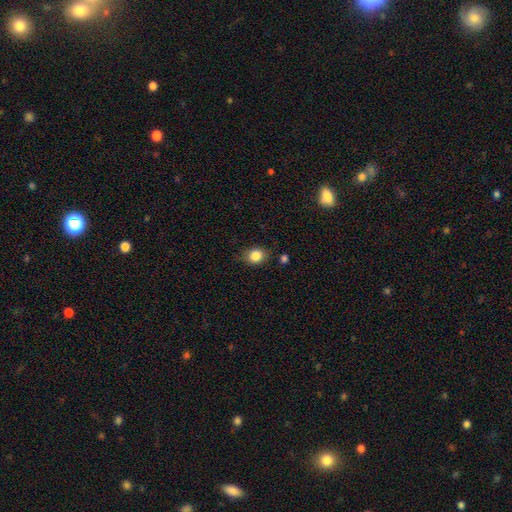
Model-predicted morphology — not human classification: The model was most divided on "how rounded": round: 58%, in between: 41%, cigar-shaped: 1%. More confident: smooth or featured — smooth (85%); merging — none (79%).